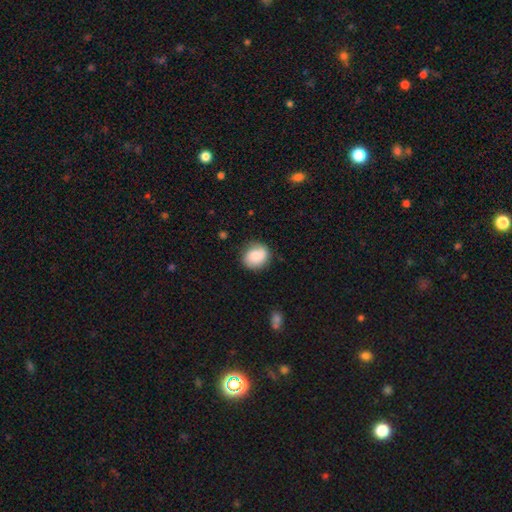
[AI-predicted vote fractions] The model was most divided on "how rounded": round: 70%, in between: 30%, cigar-shaped: 1%. More confident: smooth or featured — smooth (79%); merging — none (78%).